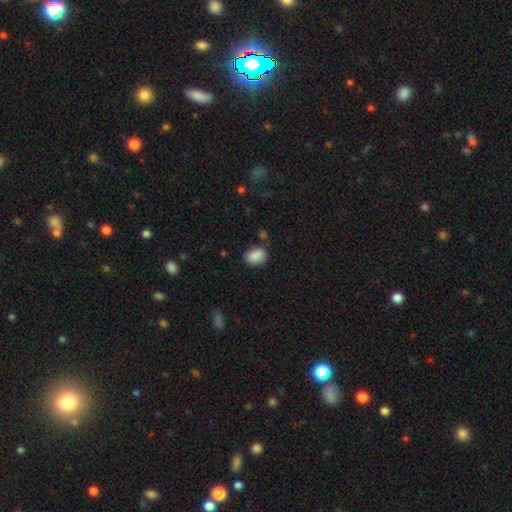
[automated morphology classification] type=smooth (88%); roundness=in between (69%); merging=none (78%).